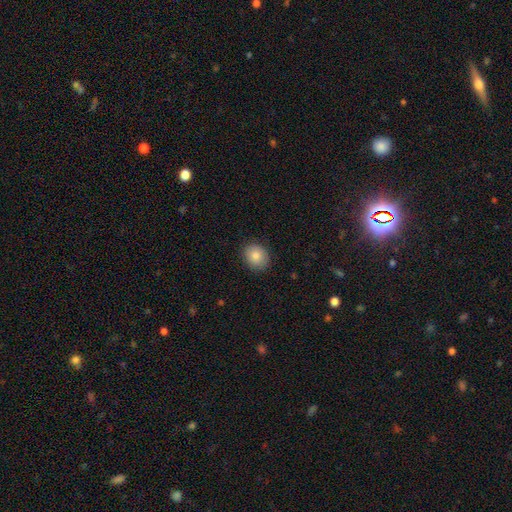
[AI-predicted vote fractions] This appears to be a smooth galaxy with no disk features (86%) that is round (64%). Merging: none (88%).